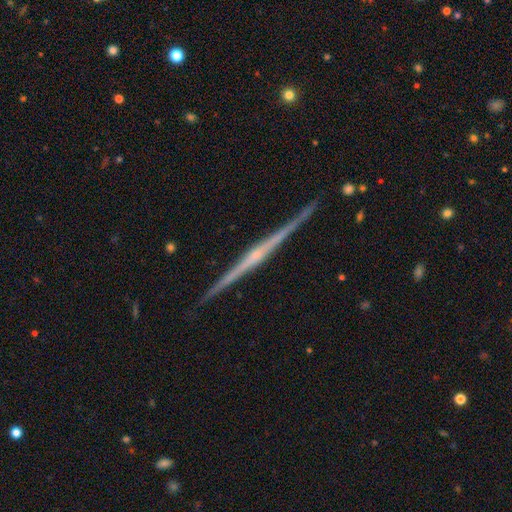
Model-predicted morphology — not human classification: Q: Smooth or featured?
A: featured or disk (86%); runner-up: smooth (9%)
Q: Edge-on disk?
A: yes (99%); runner-up: no (1%)
Q: Edge-on bulge?
A: rounded (54%); runner-up: none (33%)
Q: Merging?
A: none (91%); runner-up: minor disturbance (7%)